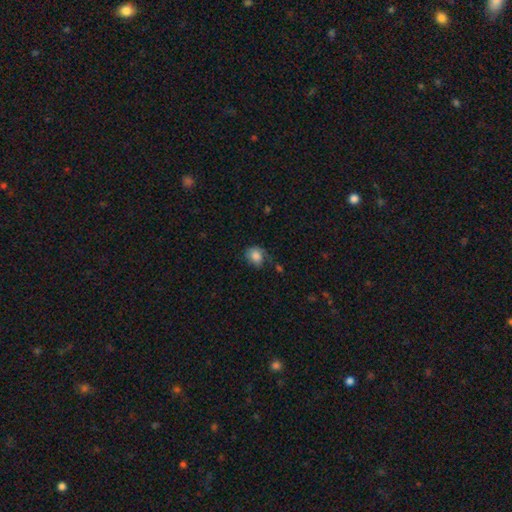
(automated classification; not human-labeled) Q: Smooth or featured?
A: smooth (77%); runner-up: featured or disk (14%)
Q: How rounded?
A: in between (50%); runner-up: round (49%)
Q: Merging?
A: none (51%); runner-up: minor disturbance (30%)